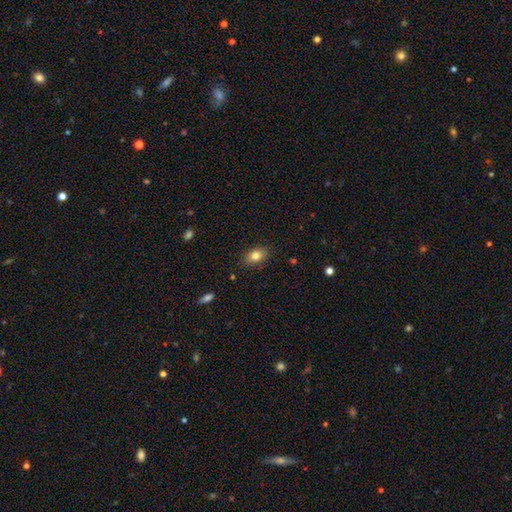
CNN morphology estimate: This appears to be a smooth galaxy with no disk features (80%) that is in between round and cigar-shaped (85%). Merging: none (87%).